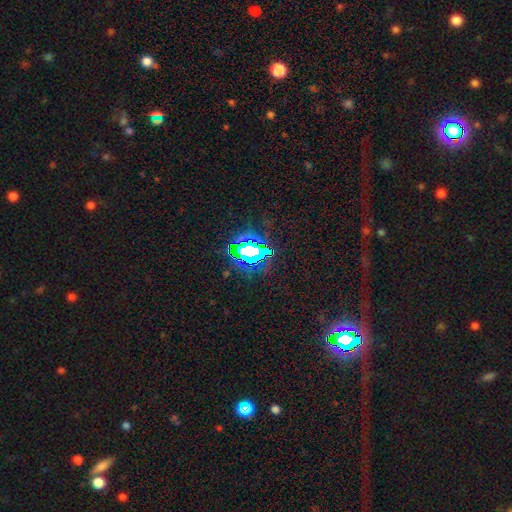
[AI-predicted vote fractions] This appears to be a star or artifact, not a galaxy (67%).